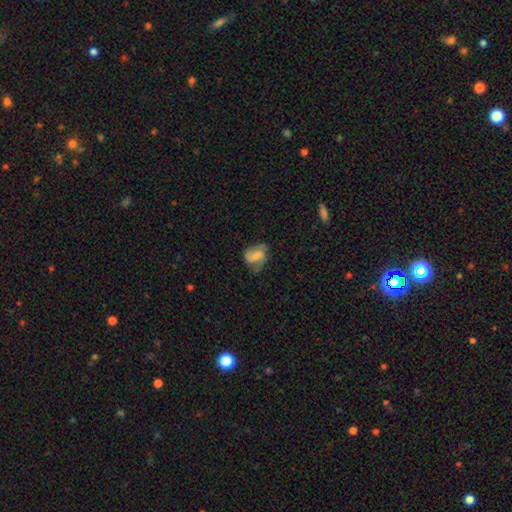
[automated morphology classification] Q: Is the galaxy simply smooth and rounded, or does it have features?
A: featured or disk — 50%.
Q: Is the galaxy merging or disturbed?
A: none — 52%.